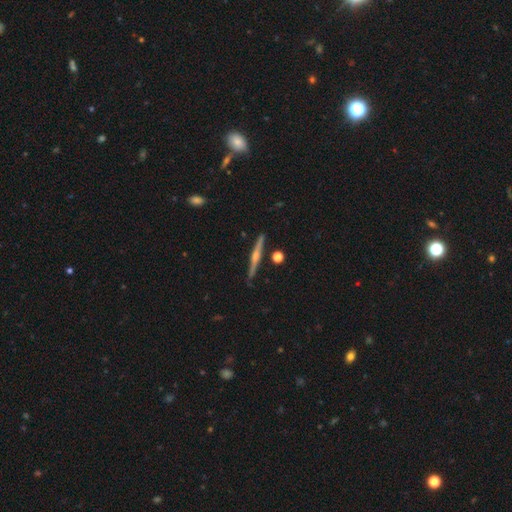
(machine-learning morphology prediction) The model was most divided on "smooth or featured": featured or disk: 78%, smooth: 16%, star or artifact: 6%. More confident: edge-on disk — yes (98%); merging — none (90%); edge-on bulge — rounded (82%).